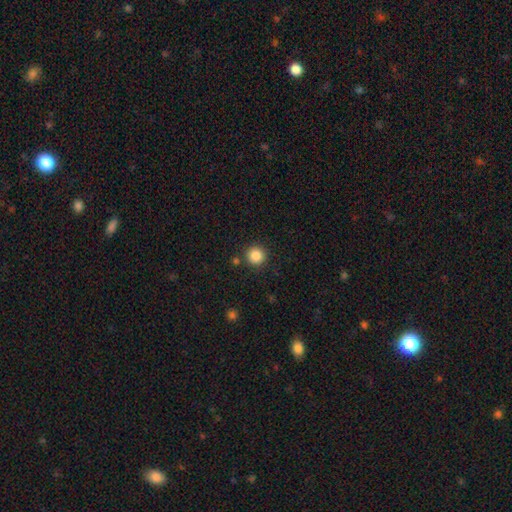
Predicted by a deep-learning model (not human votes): Smooth or featured? Predicted: smooth (p=0.86). How rounded? Predicted: round (p=0.95). Merging? Predicted: none (p=0.88).